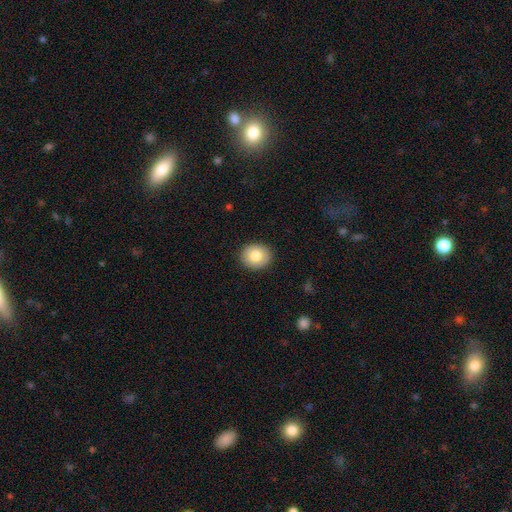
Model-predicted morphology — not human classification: This is likely a smooth galaxy (80%). How rounded: likely round (71%). Merging: clearly none (90%).